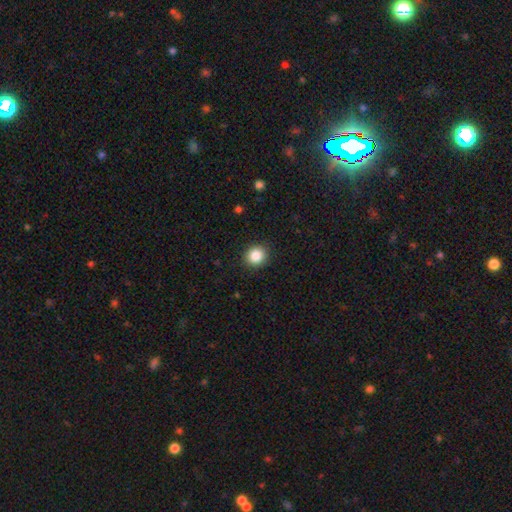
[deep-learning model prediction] This is clearly a smooth galaxy (87%). How rounded: clearly round (81%). Merging: clearly none (91%).